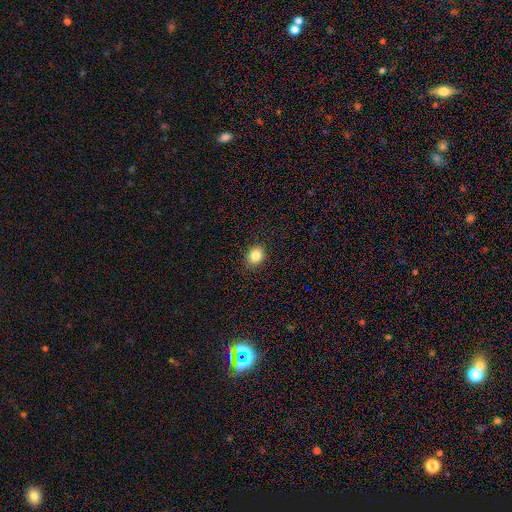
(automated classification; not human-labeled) Q: Smooth or featured?
A: smooth (84%); runner-up: star or artifact (11%)
Q: How rounded?
A: round (59%); runner-up: in between (40%)
Q: Merging?
A: none (88%); runner-up: minor disturbance (9%)